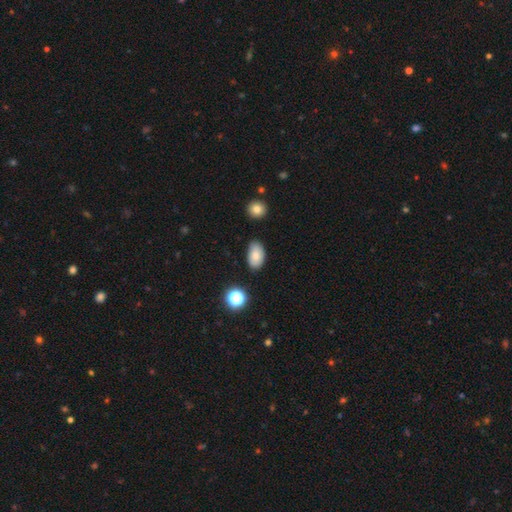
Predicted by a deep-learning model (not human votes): smooth_or_featured: smooth (p=0.79) [alt: featured or disk p=0.11]
how_rounded: in between (p=0.92) [alt: round p=0.06]
merging: none (p=0.78) [alt: minor disturbance p=0.17]